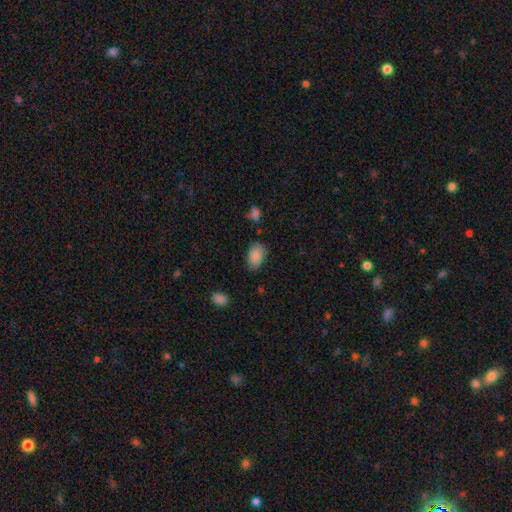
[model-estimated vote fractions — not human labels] Smooth or featured? smooth (87%)
How rounded? in between (90%)
Merging? none (78%)